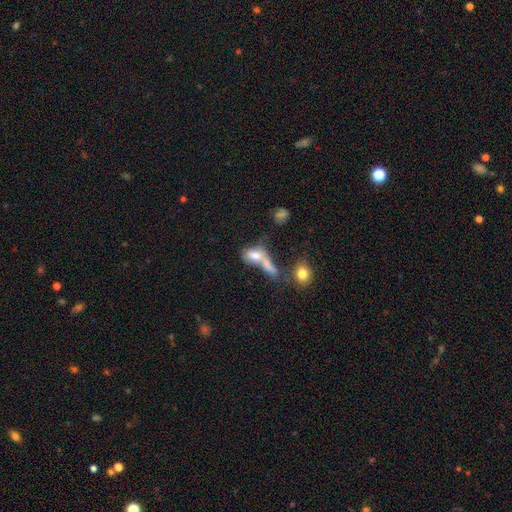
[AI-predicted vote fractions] A smooth galaxy with no disk features (68%) that is in between round and cigar-shaped (72%).

Vote fractions:
- Smooth or featured? smooth: 68% / featured or disk: 21% / star or artifact: 11%
- How rounded? in between: 72% / round: 17% / cigar-shaped: 11%
- Merging? merger: 53% / none: 24% / major disturbance: 12% / minor disturbance: 11%